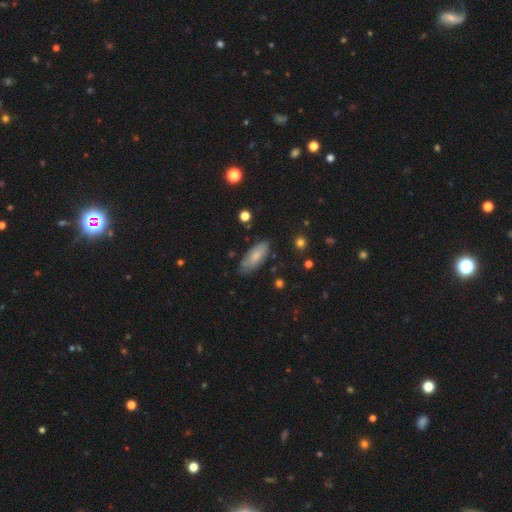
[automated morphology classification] Overall: smooth (72%). How rounded: in between (80%). Merging: none (77%).